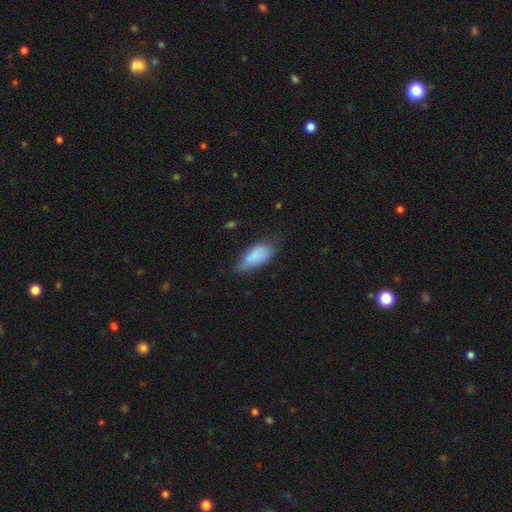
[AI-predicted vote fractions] The model was most divided on "merging": none: 51%, minor disturbance: 37%, major disturbance: 10%, merger: 3%. More confident: how rounded — in between (87%); smooth or featured — smooth (83%).